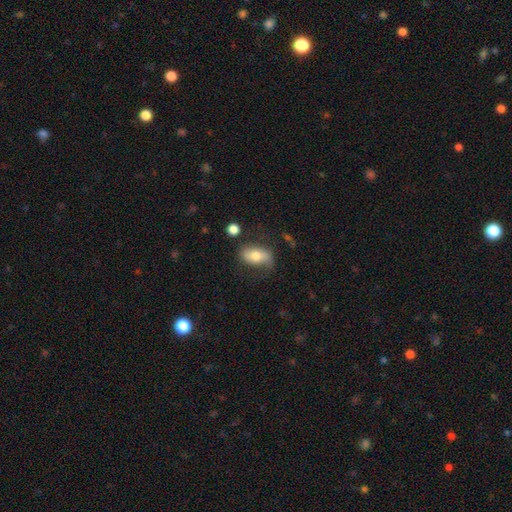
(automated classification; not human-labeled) Overall: smooth (56%; featured or disk 37%). How rounded: in between (89%). Merging: none (60%; minor disturbance 24%).